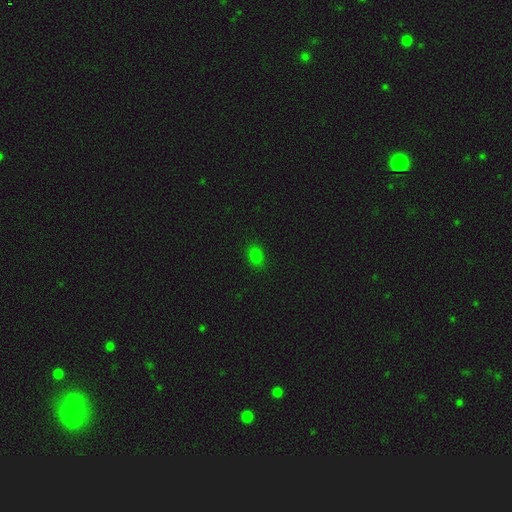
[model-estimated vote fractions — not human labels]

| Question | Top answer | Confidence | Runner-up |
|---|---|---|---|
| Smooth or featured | smooth | 79% | star or artifact (16%) |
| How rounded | in between | 70% | round (28%) |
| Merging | none | 85% | minor disturbance (11%) |